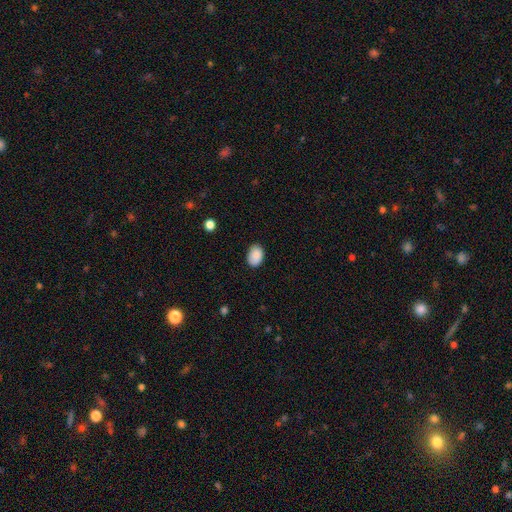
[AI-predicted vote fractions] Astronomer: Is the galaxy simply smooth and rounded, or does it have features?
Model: smooth — 89%.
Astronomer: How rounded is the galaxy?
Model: in between — 86%.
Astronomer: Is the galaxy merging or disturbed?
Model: none — 85%.